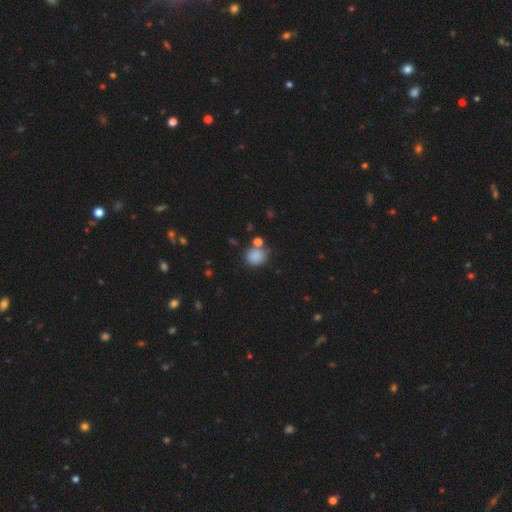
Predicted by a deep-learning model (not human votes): Morphology: type=smooth (84%); roundness=round (79%); merging=none (67%).